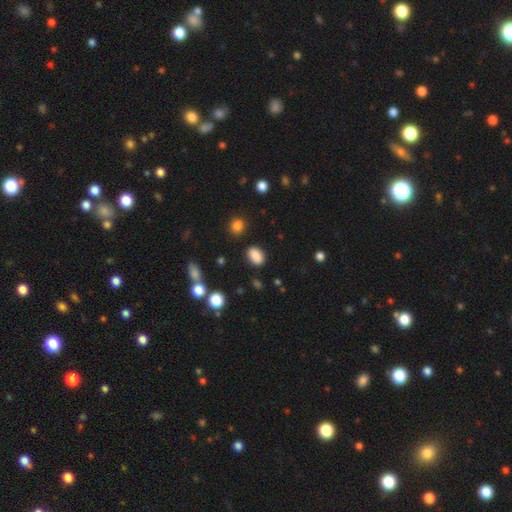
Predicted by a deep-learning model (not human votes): The model was most divided on "how rounded": in between: 83%, round: 16%, cigar-shaped: 1%. More confident: smooth or featured — smooth (86%); merging — none (85%).